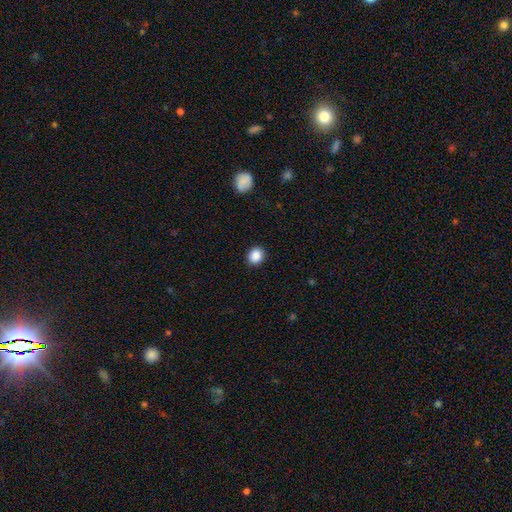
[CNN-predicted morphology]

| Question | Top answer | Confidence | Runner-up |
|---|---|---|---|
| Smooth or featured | smooth | 88% | star or artifact (9%) |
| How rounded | round | 74% | in between (25%) |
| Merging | none | 91% | minor disturbance (6%) |